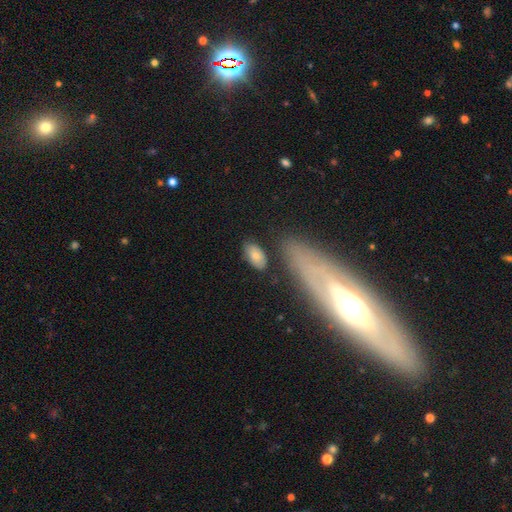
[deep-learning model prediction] Overall: smooth (76%). How rounded: in between (93%). Merging: none (74%).